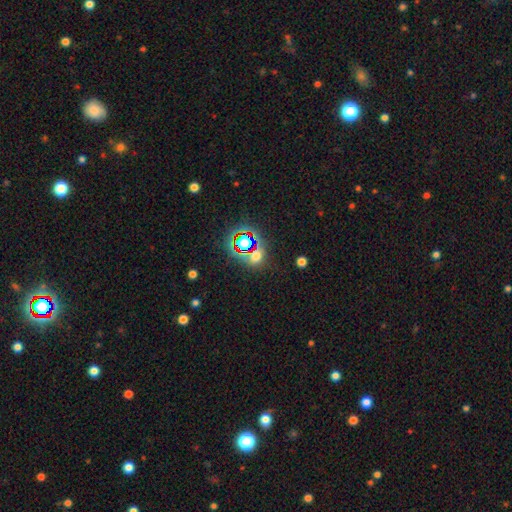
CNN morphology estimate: A star or artifact, not a galaxy (46%).